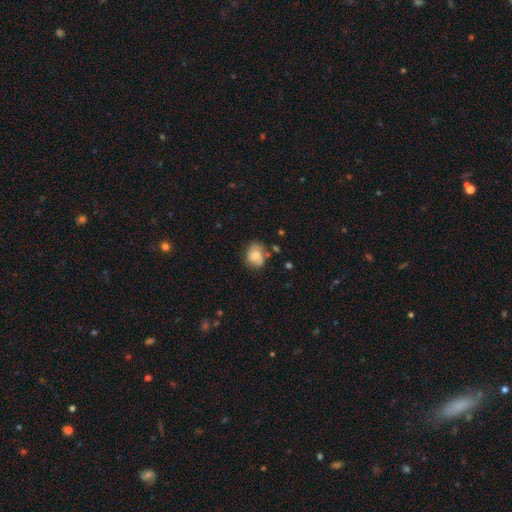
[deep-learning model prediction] Morphology: type=smooth (61%); roundness=round (60%); merging=none (58%).